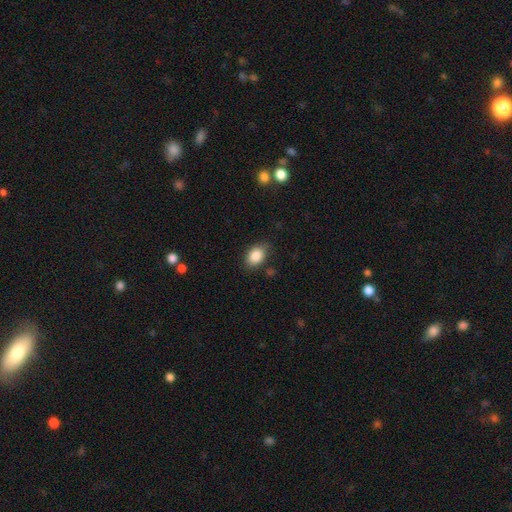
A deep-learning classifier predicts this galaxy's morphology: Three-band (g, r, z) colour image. It shows a smooth galaxy with no disk features (86%) that is in between round and cigar-shaped (78%). Merging: none (79%).